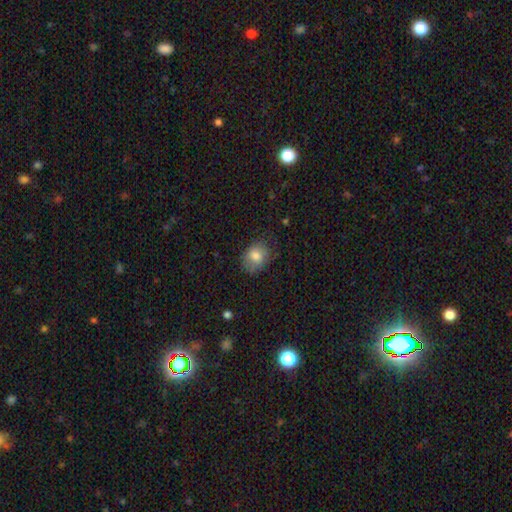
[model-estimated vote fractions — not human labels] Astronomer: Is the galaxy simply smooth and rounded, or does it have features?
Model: smooth — 78%.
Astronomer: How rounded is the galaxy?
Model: in between — 60% (runner-up: round, 39%).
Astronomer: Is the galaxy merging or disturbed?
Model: none — 71%.